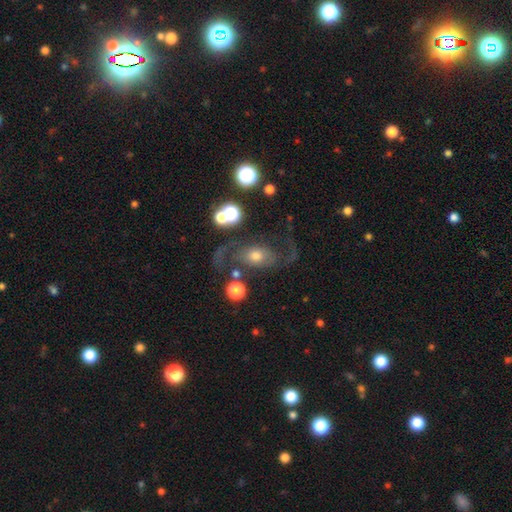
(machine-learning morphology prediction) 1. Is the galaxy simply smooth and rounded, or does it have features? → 72% featured or disk, 19% smooth, 10% star or artifact.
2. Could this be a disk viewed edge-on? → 95% no, 5% yes.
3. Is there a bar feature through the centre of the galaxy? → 72% no, 23% weak, 6% strong.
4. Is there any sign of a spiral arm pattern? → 88% yes, 12% no.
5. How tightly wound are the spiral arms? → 60% loose, 32% medium, 8% tight.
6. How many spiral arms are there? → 88% 2, 4% 1, 4% can't tell, 1% 3, 1% 4, 1% more than 4.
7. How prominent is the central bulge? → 58% moderate, 24% small, 13% large, 3% dominant, 3% none.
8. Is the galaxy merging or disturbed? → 57% none, 21% major disturbance, 17% minor disturbance, 5% merger.